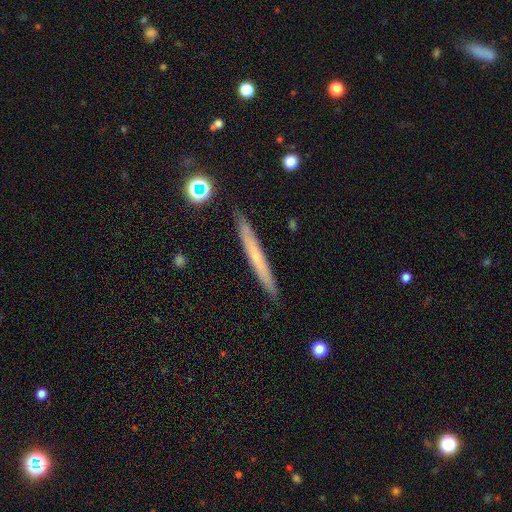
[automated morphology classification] This is possibly a smooth galaxy (46%, tied with featured or disk). Merging: clearly none (89%).